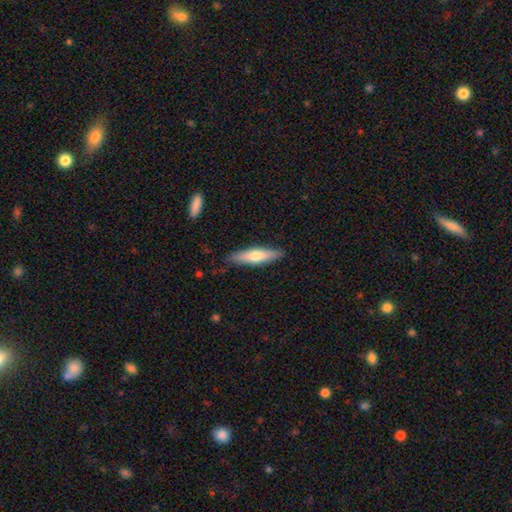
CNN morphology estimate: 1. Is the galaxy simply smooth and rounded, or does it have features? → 61% smooth, 34% featured or disk, 5% star or artifact.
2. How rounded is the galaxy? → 71% cigar-shaped, 27% in between, 2% round.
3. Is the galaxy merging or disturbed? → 86% none, 11% minor disturbance, 2% major disturbance, 1% merger.